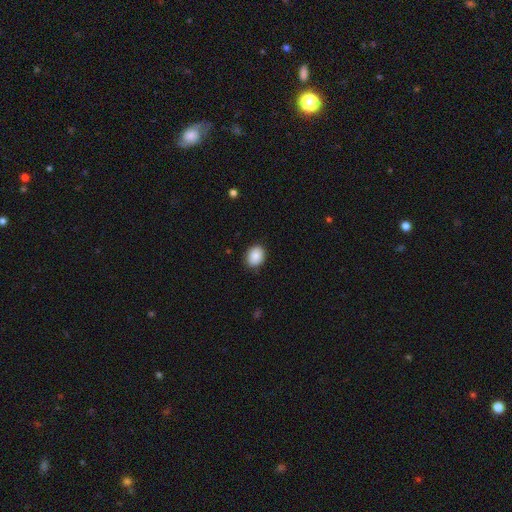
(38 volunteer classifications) A smooth galaxy with no disk features (87%) that is in between round and cigar-shaped (58%).

Vote fractions:
- Smooth or featured? smooth: 87% / star or artifact: 8% / featured or disk: 5%
- How rounded? in between: 58% / round: 42% / cigar-shaped: 0%
- Merging? none: 89% / minor disturbance: 9% / major disturbance: 3% / merger: 0%